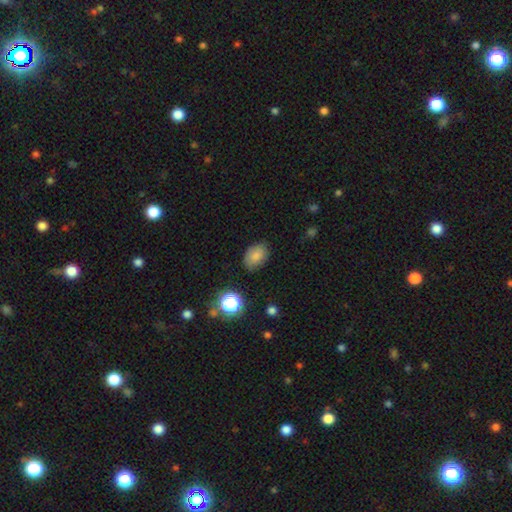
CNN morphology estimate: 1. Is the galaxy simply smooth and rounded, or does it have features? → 80% smooth, 11% star or artifact, 9% featured or disk.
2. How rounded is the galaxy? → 76% in between, 23% round, 1% cigar-shaped.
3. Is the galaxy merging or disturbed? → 79% none, 16% minor disturbance, 4% major disturbance, 2% merger.